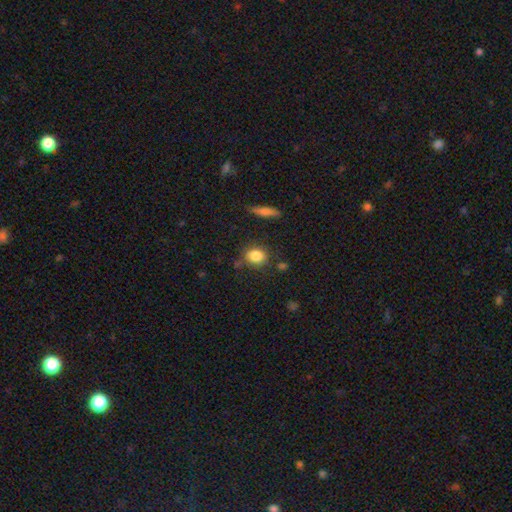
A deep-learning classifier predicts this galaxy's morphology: A smooth galaxy with no disk features (85%) that is round (54%).

Vote fractions:
- Smooth or featured? smooth: 85% / star or artifact: 9% / featured or disk: 6%
- How rounded? round: 54% / in between: 44% / cigar-shaped: 2%
- Merging? none: 75% / minor disturbance: 15% / merger: 5% / major disturbance: 4%